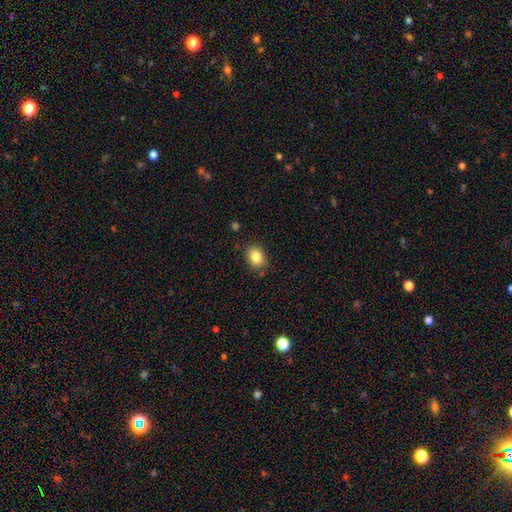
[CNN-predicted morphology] The model was most divided on "how rounded": in between: 58%, round: 41%, cigar-shaped: 1%. More confident: smooth or featured — smooth (85%); merging — none (82%).